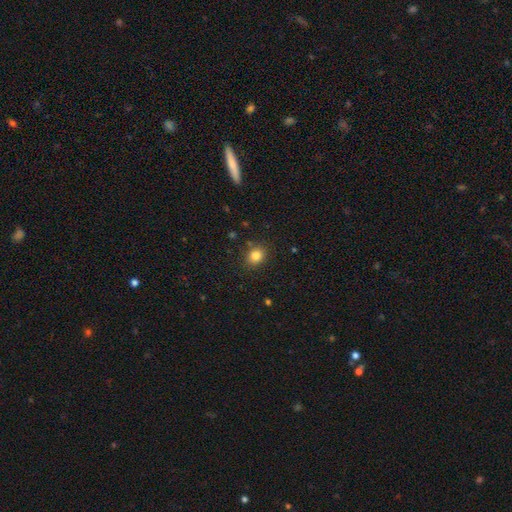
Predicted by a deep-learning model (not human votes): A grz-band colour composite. It shows a smooth galaxy with no disk features (83%) that is round (72%). Merging: none (86%).